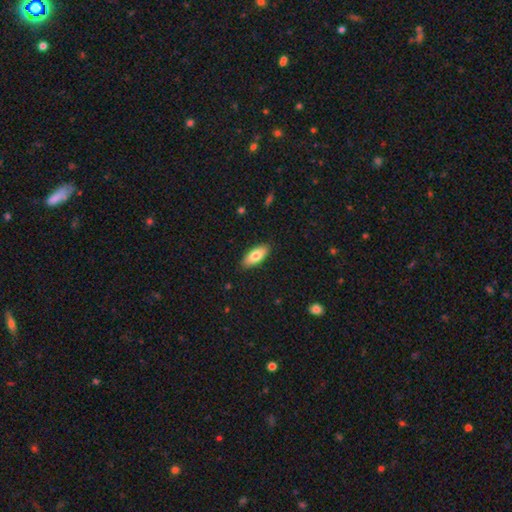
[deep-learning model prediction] Q: Smooth or featured?
A: smooth (77%); runner-up: featured or disk (17%)
Q: How rounded?
A: in between (82%); runner-up: cigar-shaped (16%)
Q: Merging?
A: none (88%); runner-up: minor disturbance (9%)